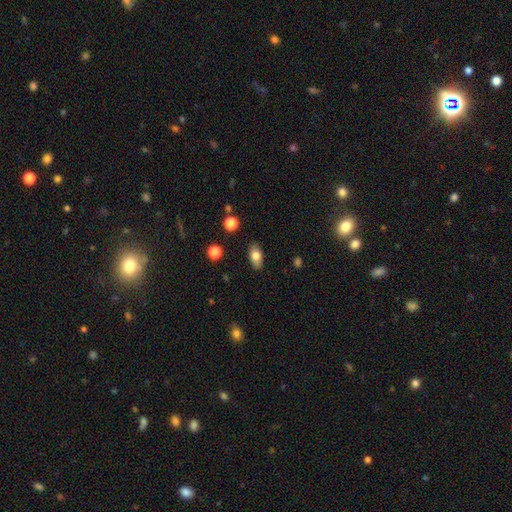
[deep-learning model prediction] A smooth galaxy with no disk features (77%) that is in between round and cigar-shaped (88%).

Vote fractions:
- Smooth or featured? smooth: 77% / featured or disk: 14% / star or artifact: 8%
- How rounded? in between: 88% / round: 7% / cigar-shaped: 5%
- Merging? none: 87% / minor disturbance: 10% / major disturbance: 2% / merger: 1%